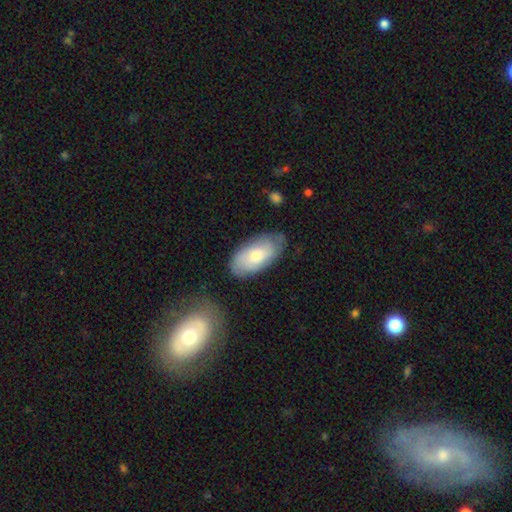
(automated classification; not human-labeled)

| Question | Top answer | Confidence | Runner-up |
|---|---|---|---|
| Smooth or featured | smooth | 64% | featured or disk (29%) |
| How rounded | in between | 93% | cigar-shaped (4%) |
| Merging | none | 74% | minor disturbance (18%) |